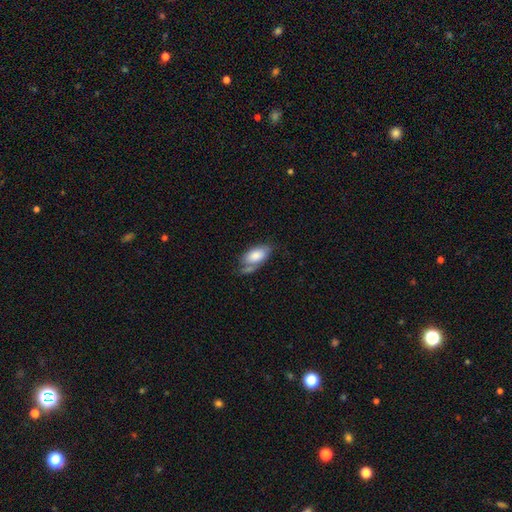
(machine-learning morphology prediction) type=smooth (77%); roundness=in between (92%); merging=none (46%).